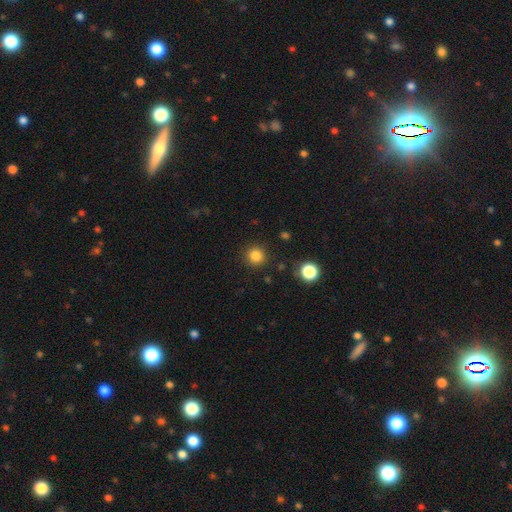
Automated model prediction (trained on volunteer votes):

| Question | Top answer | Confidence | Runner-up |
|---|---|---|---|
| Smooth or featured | smooth | 83% | star or artifact (13%) |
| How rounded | round | 93% | in between (6%) |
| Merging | none | 90% | minor disturbance (6%) |